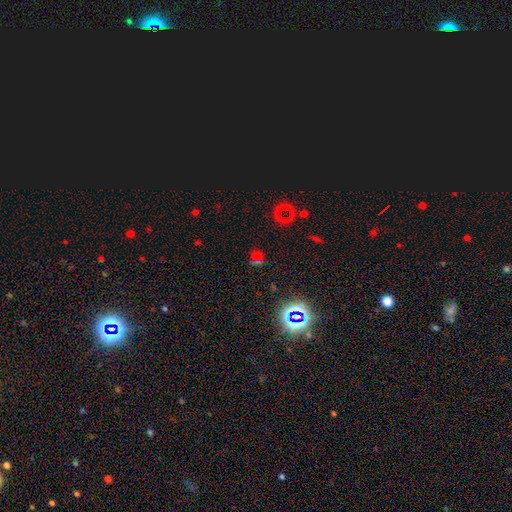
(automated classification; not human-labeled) A star or artifact, not a galaxy (59%).

Vote fractions:
- Smooth or featured? star or artifact: 59% / smooth: 32% / featured or disk: 9%